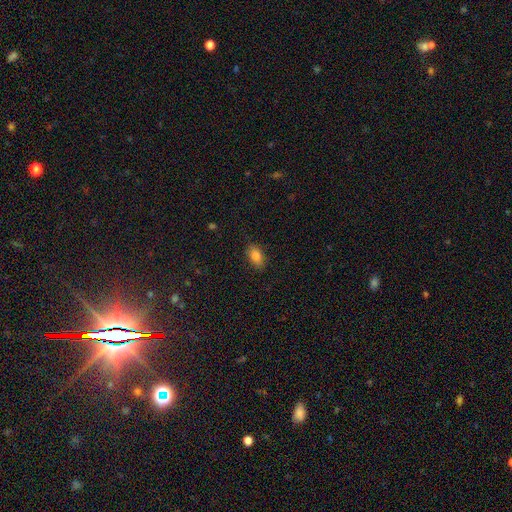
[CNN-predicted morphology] smooth_or_featured: smooth (p=0.85) [alt: star or artifact p=0.08]
how_rounded: in between (p=0.90) [alt: round p=0.06]
merging: none (p=0.83) [alt: minor disturbance p=0.13]